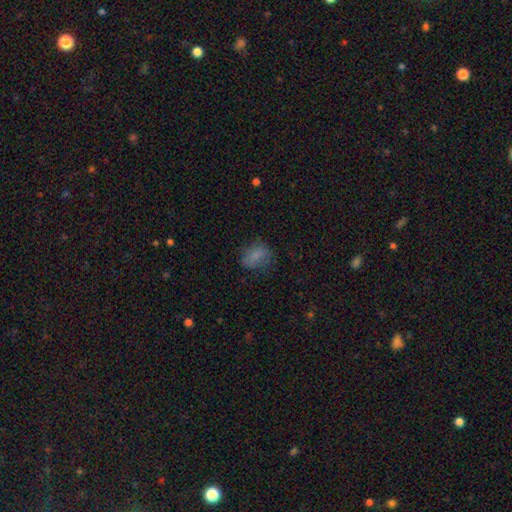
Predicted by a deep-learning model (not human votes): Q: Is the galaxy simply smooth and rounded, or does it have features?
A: smooth — 77%.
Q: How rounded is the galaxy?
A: in between — 67%.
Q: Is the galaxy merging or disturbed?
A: none — 66%.